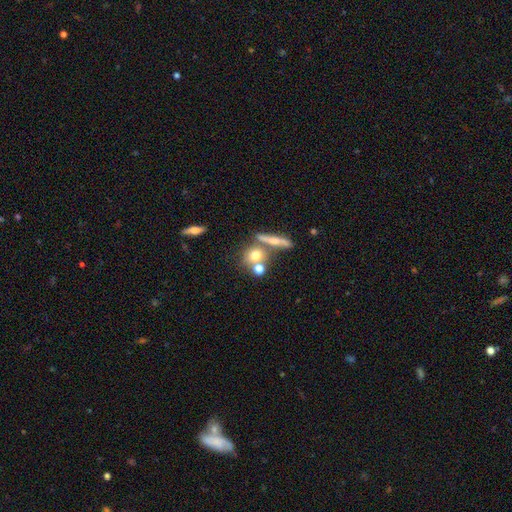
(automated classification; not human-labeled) The model was most divided on "merging": none: 51%, merger: 34%, minor disturbance: 10%, major disturbance: 5%. More confident: how rounded — round (72%); smooth or featured — smooth (65%).